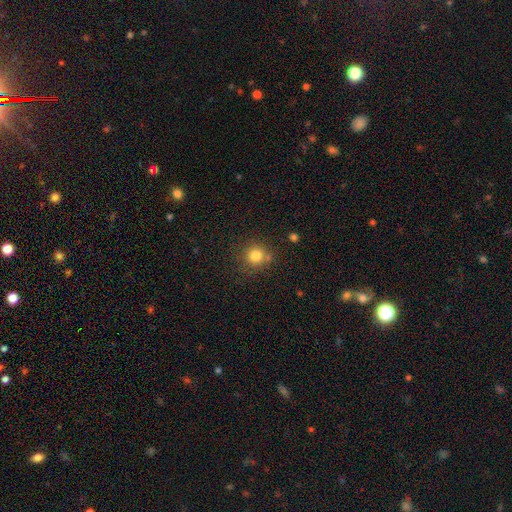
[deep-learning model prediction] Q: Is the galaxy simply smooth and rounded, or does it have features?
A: smooth — 81%.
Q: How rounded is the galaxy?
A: round — 91%.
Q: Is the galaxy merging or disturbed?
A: none — 76%.